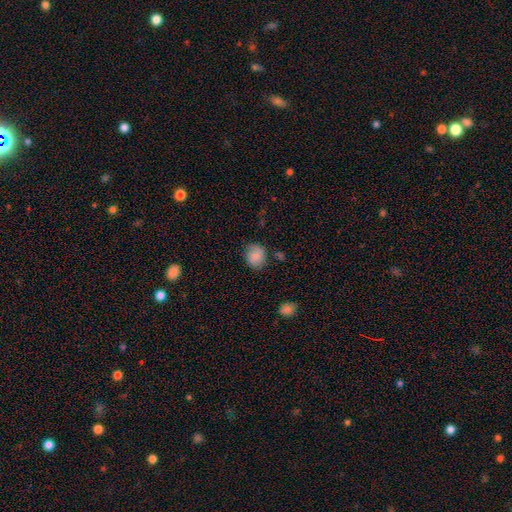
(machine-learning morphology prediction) Smooth or featured? Predicted: smooth (p=0.81). How rounded? Predicted: round (p=0.64). Merging? Predicted: none (p=0.73).